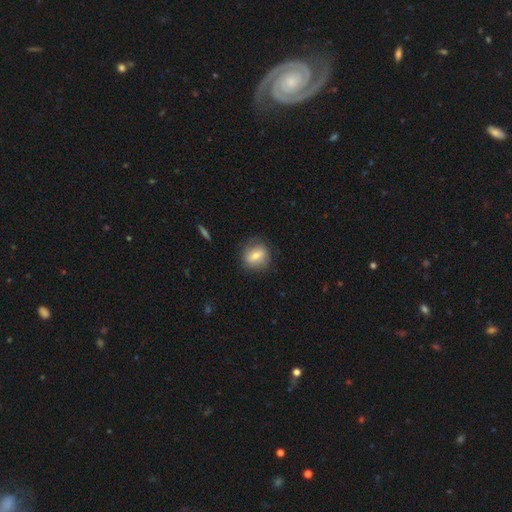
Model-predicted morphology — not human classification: A smooth galaxy with no disk features (63%) that is round (67%).

Vote fractions:
- Smooth or featured? smooth: 63% / featured or disk: 29% / star or artifact: 8%
- How rounded? round: 67% / in between: 31% / cigar-shaped: 2%
- Merging? none: 79% / minor disturbance: 15% / major disturbance: 5% / merger: 1%